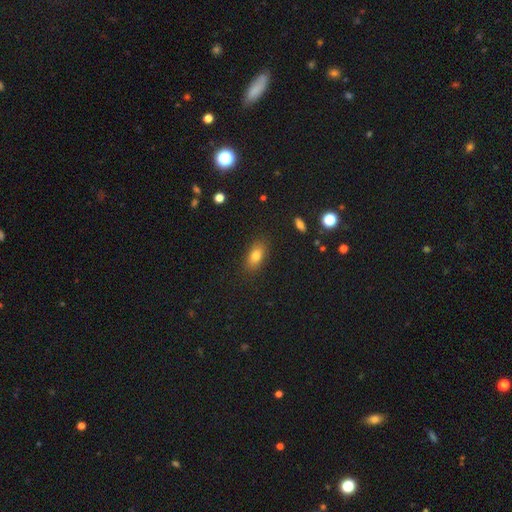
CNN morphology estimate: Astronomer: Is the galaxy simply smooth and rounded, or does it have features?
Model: smooth — 80%.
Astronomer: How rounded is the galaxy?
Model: in between — 84%.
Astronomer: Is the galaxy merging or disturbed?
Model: none — 85%.